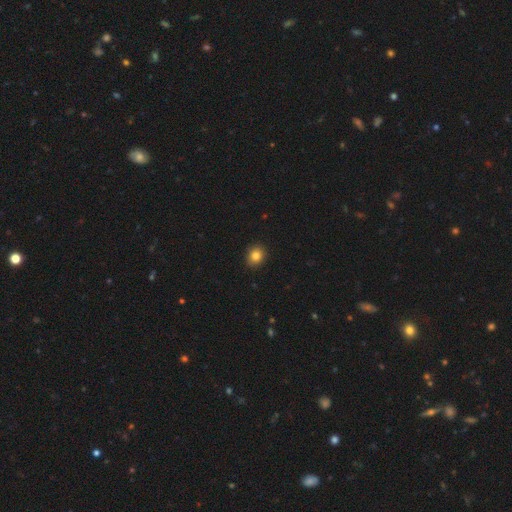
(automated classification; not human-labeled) smooth_or_featured: smooth (p=0.84) [alt: star or artifact p=0.11]
how_rounded: round (p=0.69) [alt: in between p=0.30]
merging: none (p=0.90) [alt: minor disturbance p=0.07]